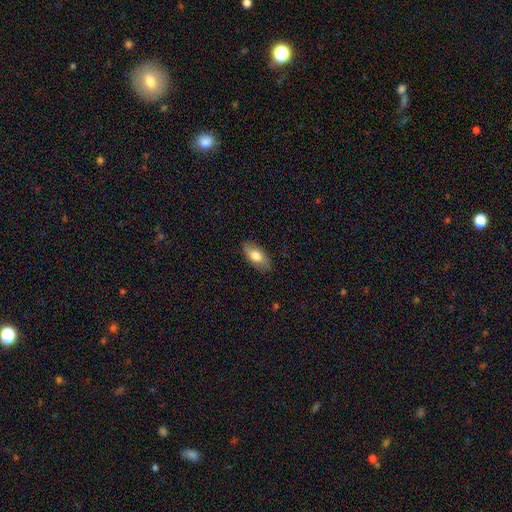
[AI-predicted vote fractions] Smooth or featured?
  - smooth: 75% *
  - featured or disk: 19%
  - star or artifact: 6%
How rounded?
  - in between: 89% *
  - cigar-shaped: 7%
  - round: 3%
Merging?
  - none: 85% *
  - minor disturbance: 11%
  - major disturbance: 2%
  - merger: 1%